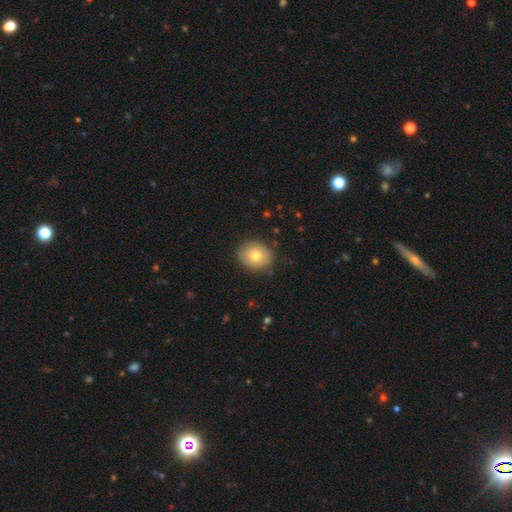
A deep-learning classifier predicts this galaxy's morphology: Q: Smooth or featured?
A: smooth (76%); runner-up: featured or disk (15%)
Q: How rounded?
A: round (66%); runner-up: in between (33%)
Q: Merging?
A: none (86%); runner-up: minor disturbance (10%)